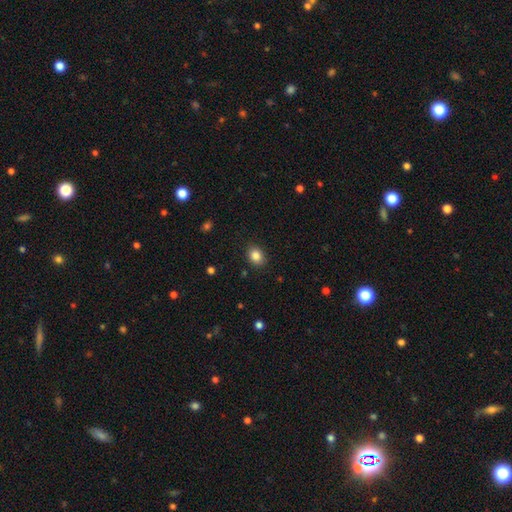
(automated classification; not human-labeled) Smooth or featured? smooth (85%)
How rounded? in between (54%)
Merging? none (88%)